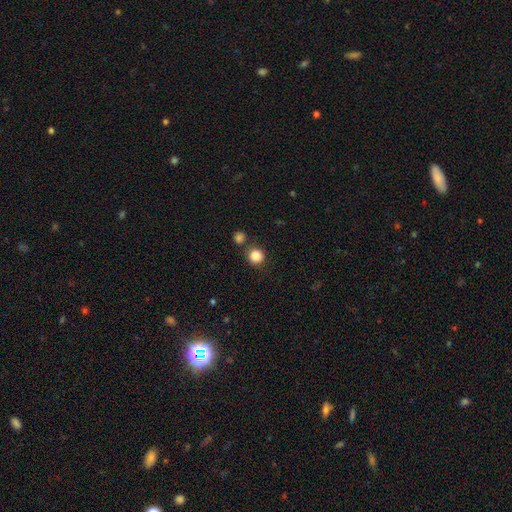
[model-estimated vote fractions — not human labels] smooth 85%, star or artifact 11%, featured or disk 4%. Down the decision tree: how rounded — round (93%); merging — none (79%).